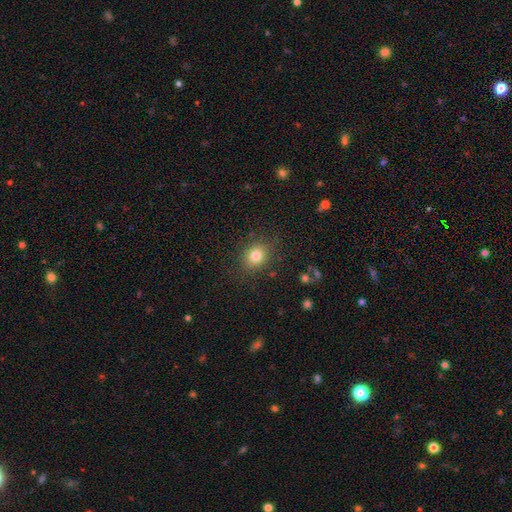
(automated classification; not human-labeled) This appears to be a smooth galaxy with no disk features (80%) that is round (65%). Merging: none (84%).